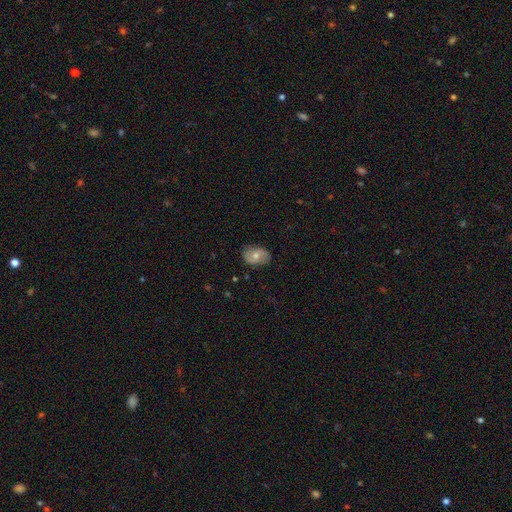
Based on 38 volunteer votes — This appears to be a smooth galaxy with no disk features (58%) that is in between round and cigar-shaped (86%). Merging: none (82%).